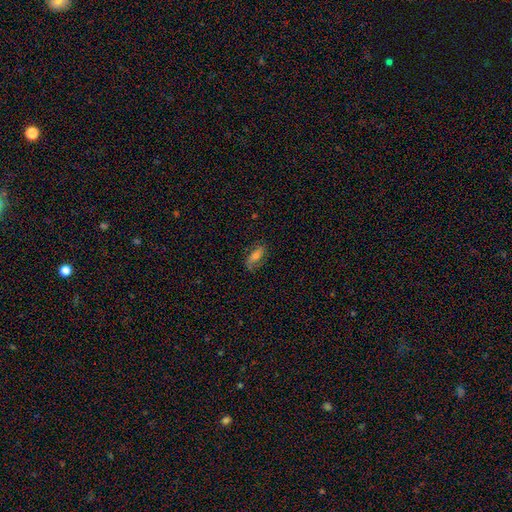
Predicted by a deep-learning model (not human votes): smooth-or-featured: smooth: 45% (tied) | featured or disk: 45% (tied) | star or artifact: 10%
  merging: none: 72% | minor disturbance: 19% | major disturbance: 8% | merger: 2%